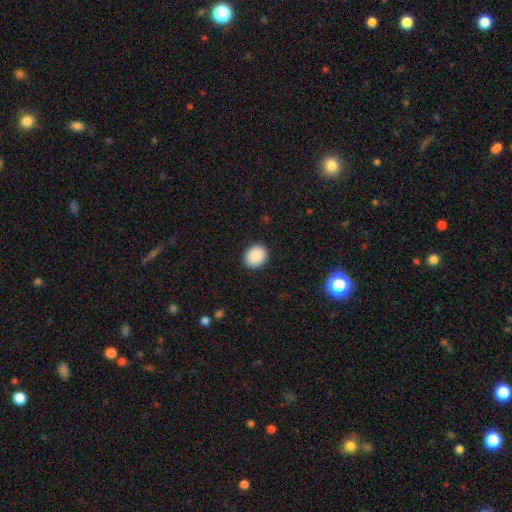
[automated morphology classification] smooth-or-featured: smooth: 90% | star or artifact: 8% | featured or disk: 2%
  how-rounded: round: 58% | in between: 41% | cigar-shaped: 1%
  merging: none: 90% | minor disturbance: 7% | major disturbance: 2% | merger: 1%